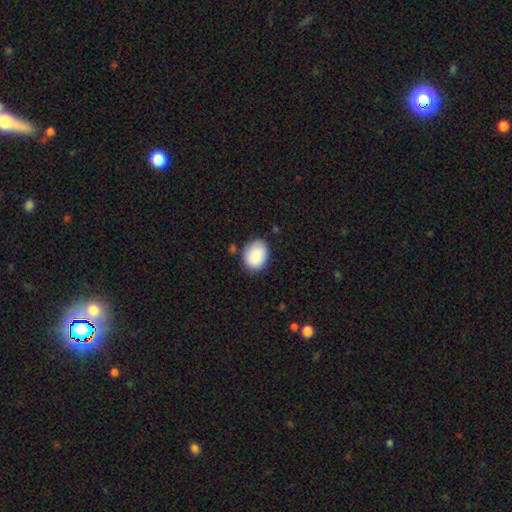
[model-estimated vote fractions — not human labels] Smooth or featured?
  - smooth: 87% *
  - star or artifact: 7%
  - featured or disk: 6%
How rounded?
  - in between: 57% *
  - round: 43%
  - cigar-shaped: 1%
Merging?
  - none: 79% *
  - minor disturbance: 16%
  - major disturbance: 3%
  - merger: 2%